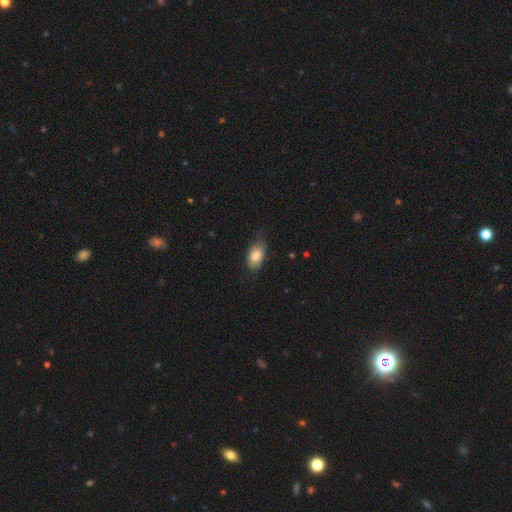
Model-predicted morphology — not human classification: Smooth or featured?
  - smooth: 81% *
  - featured or disk: 12%
  - star or artifact: 7%
How rounded?
  - in between: 91% *
  - round: 6%
  - cigar-shaped: 3%
Merging?
  - none: 63% *
  - minor disturbance: 29%
  - major disturbance: 7%
  - merger: 1%